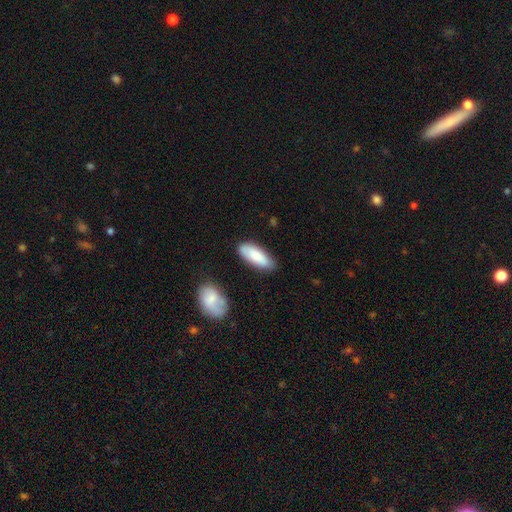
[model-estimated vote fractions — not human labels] The model was most divided on "how rounded": in between: 66%, cigar-shaped: 32%, round: 2%. More confident: smooth or featured — smooth (81%); merging — none (77%).